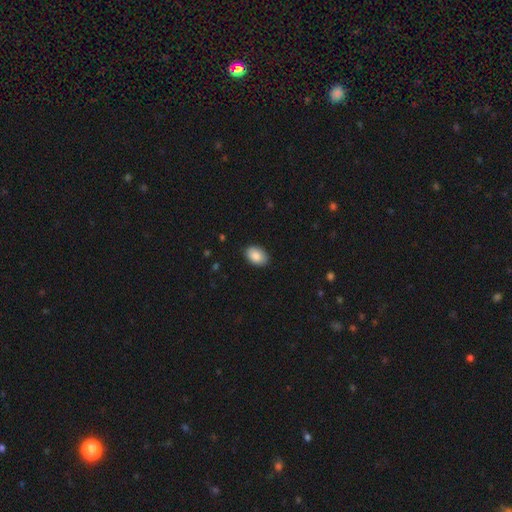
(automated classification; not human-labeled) A smooth galaxy with no disk features (88%) that is in between round and cigar-shaped (88%). Merging: none (88%).